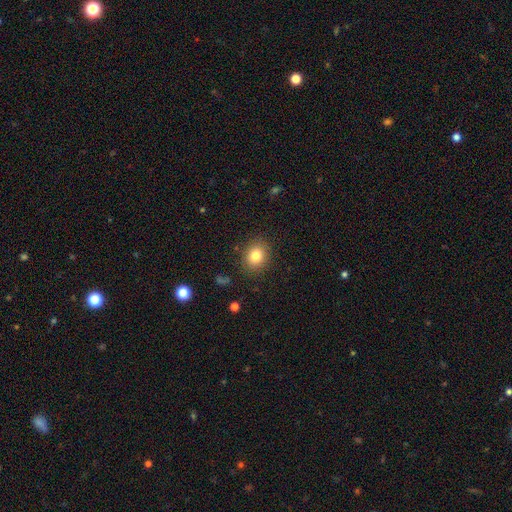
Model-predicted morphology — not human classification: Overall: smooth (82%). How rounded: round (58%; in between 41%). Merging: none (87%).